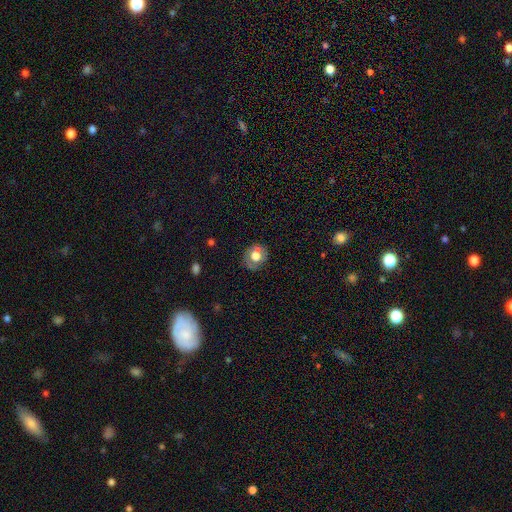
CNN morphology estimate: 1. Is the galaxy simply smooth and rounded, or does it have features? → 57% smooth, 33% featured or disk, 10% star or artifact.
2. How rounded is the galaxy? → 70% round, 29% in between, 1% cigar-shaped.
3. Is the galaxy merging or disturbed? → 67% none, 20% minor disturbance, 7% major disturbance, 6% merger.